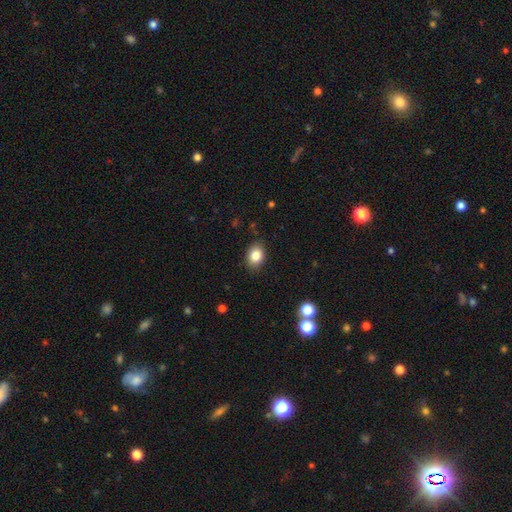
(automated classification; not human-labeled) The model was most divided on "how rounded": in between: 71%, round: 28%, cigar-shaped: 1%. More confident: merging — none (87%); smooth or featured — smooth (84%).